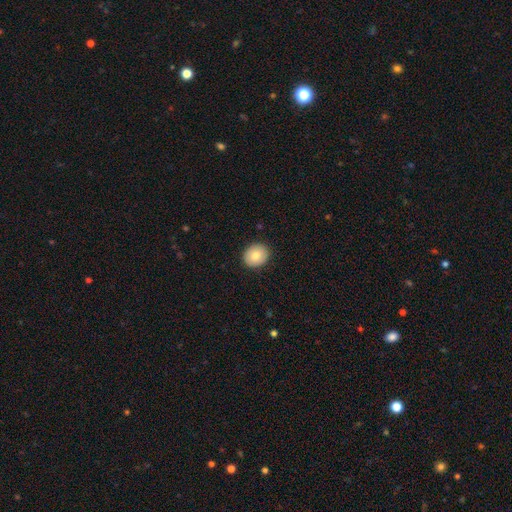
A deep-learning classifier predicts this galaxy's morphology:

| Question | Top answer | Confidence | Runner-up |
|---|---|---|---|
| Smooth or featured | smooth | 80% | featured or disk (13%) |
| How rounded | round | 73% | in between (27%) |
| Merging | none | 91% | minor disturbance (7%) |